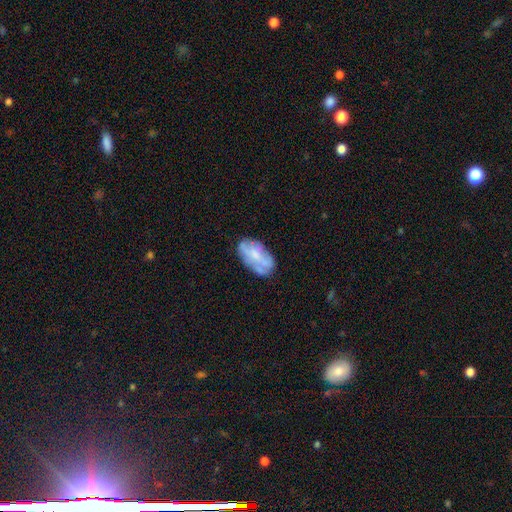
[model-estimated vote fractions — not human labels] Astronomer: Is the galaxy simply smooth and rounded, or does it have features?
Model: featured or disk — 47% (runner-up: smooth, 45%).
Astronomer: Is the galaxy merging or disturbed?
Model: none — 64%.